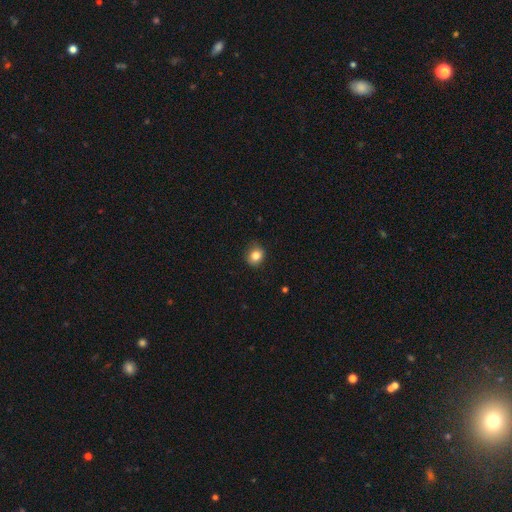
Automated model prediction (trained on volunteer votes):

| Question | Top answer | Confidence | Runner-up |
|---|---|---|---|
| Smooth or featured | smooth | 82% | star or artifact (10%) |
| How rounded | round | 76% | in between (23%) |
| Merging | none | 82% | minor disturbance (14%) |